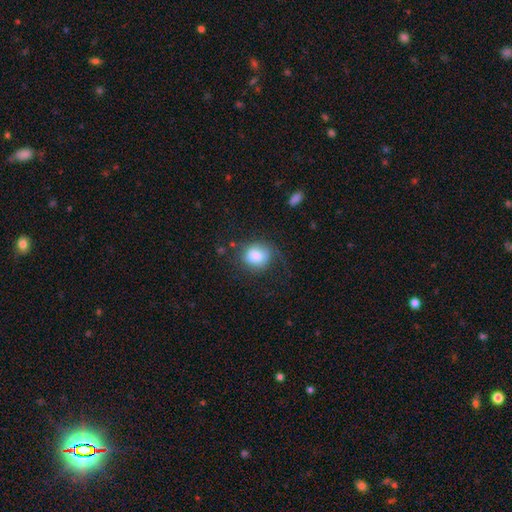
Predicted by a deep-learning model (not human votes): The model was most divided on "how rounded": round: 68%, in between: 31%, cigar-shaped: 1%. More confident: smooth or featured — smooth (79%); merging — none (62%).